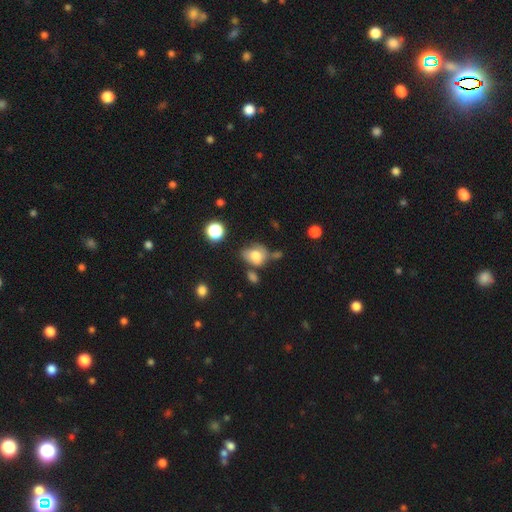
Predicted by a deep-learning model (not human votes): A smooth galaxy with no disk features (68%) that is in between round and cigar-shaped (57%).

Vote fractions:
- Smooth or featured? smooth: 68% / featured or disk: 20% / star or artifact: 12%
- How rounded? in between: 57% / round: 42% / cigar-shaped: 1%
- Merging? none: 38% / minor disturbance: 28% / merger: 17% / major disturbance: 17%